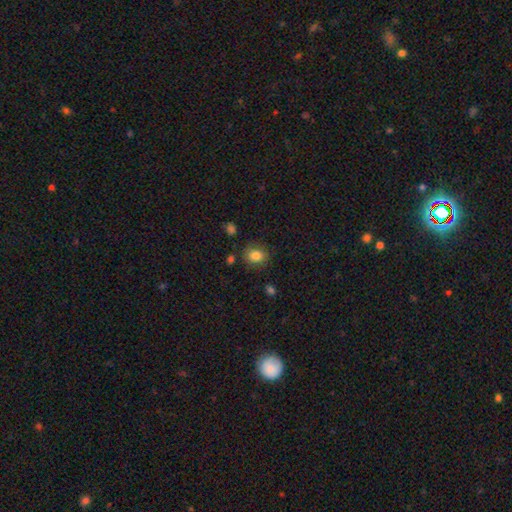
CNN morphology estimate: Q: Smooth or featured?
A: smooth (82%); runner-up: star or artifact (10%)
Q: How rounded?
A: round (62%); runner-up: in between (37%)
Q: Merging?
A: none (82%); runner-up: minor disturbance (12%)